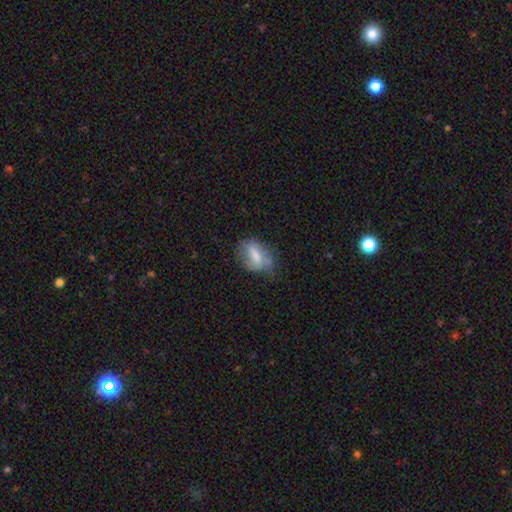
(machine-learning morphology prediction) smooth 59%, featured or disk 32%, star or artifact 8%. Down the decision tree: how rounded — in between (80%); merging — none (51%).